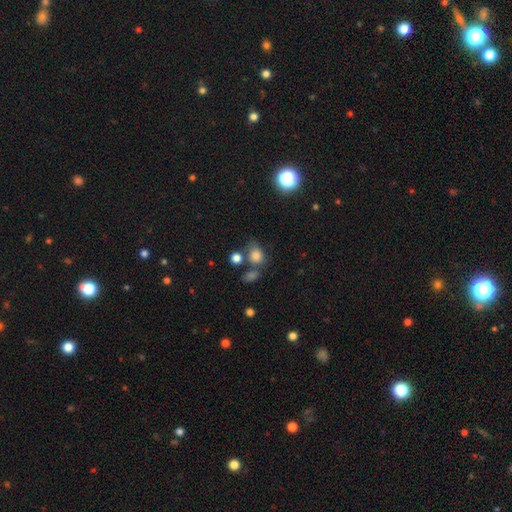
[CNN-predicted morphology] A smooth galaxy with no disk features (79%) that is round (51%). Merging: none (51%).